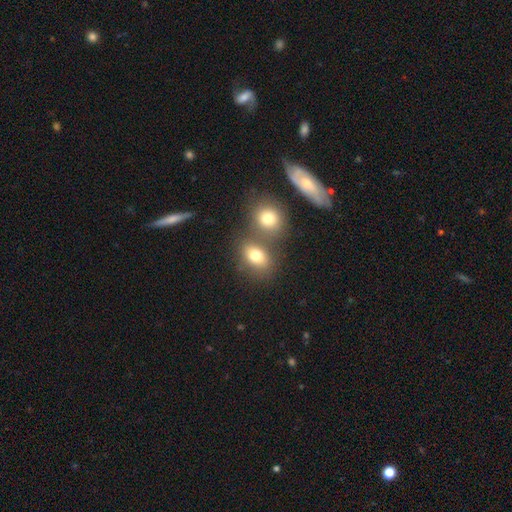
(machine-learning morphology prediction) This appears to be a smooth galaxy with no disk features (77%) that is in between round and cigar-shaped (60%). Merging: none (52%).